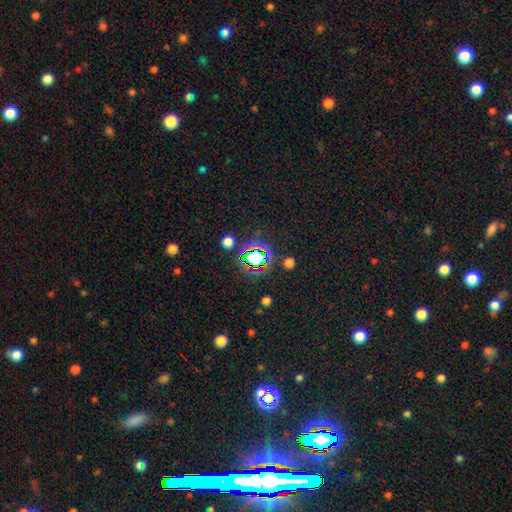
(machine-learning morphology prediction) The model was most divided on "smooth or featured": star or artifact: 60%, smooth: 26%, featured or disk: 13%.